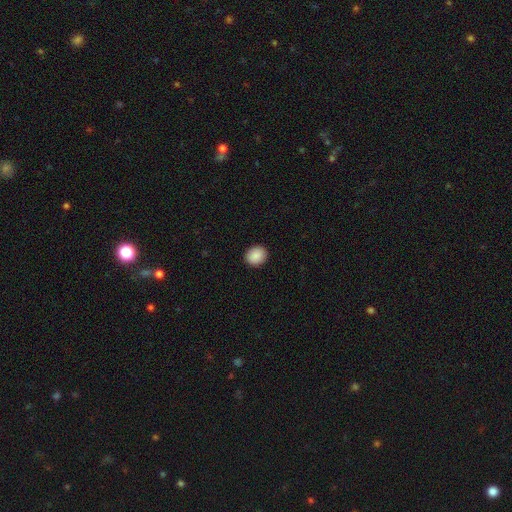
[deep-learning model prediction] Overall: smooth (89%). How rounded: round (67%; in between 32%). Merging: none (91%).